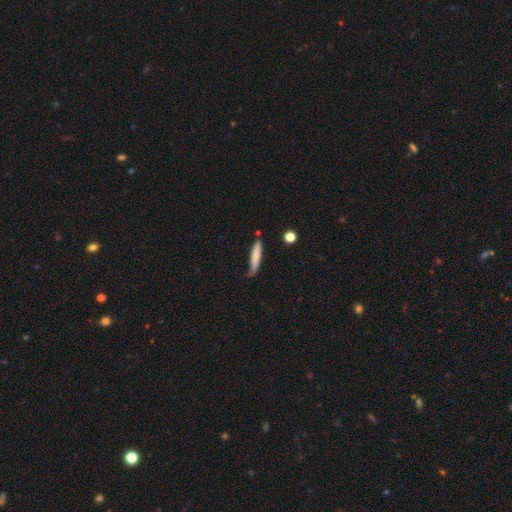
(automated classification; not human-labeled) A smooth galaxy with no disk features (74%) that is cigar-shaped (87%).

Vote fractions:
- Smooth or featured? smooth: 74% / featured or disk: 20% / star or artifact: 6%
- How rounded? cigar-shaped: 87% / in between: 11% / round: 2%
- Merging? none: 58% / minor disturbance: 30% / major disturbance: 8% / merger: 4%